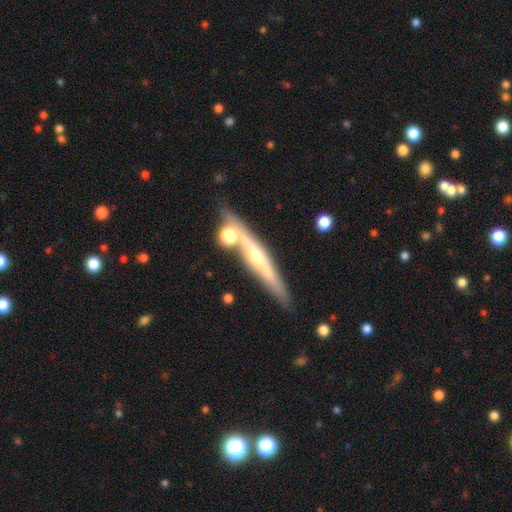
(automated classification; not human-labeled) This is likely a featured or disk galaxy (66%). It is clearly viewed edge-on (94%). Edge-on bulge: clearly rounded (80%). Merging: likely none (76%).